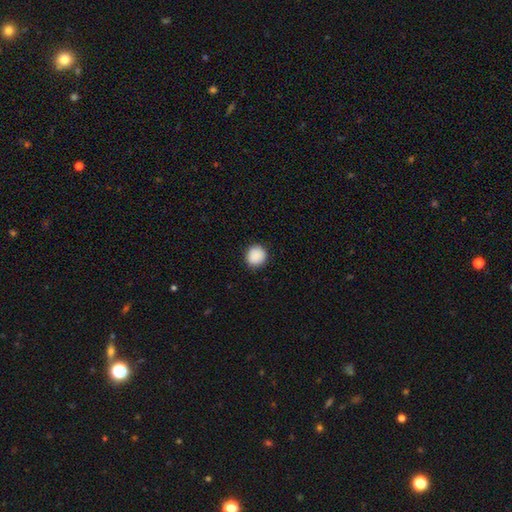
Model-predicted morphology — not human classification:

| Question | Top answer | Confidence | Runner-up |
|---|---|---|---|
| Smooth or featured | smooth | 90% | star or artifact (8%) |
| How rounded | round | 91% | in between (8%) |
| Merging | none | 91% | minor disturbance (6%) |